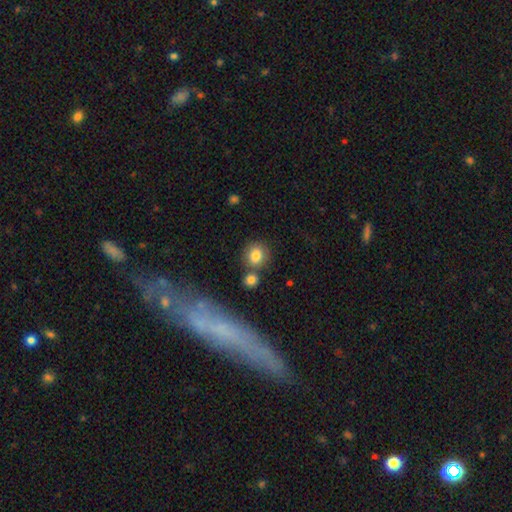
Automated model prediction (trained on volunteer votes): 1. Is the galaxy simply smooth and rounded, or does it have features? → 81% smooth, 11% star or artifact, 9% featured or disk.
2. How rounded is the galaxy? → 77% round, 22% in between, 1% cigar-shaped.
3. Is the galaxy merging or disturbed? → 68% none, 16% merger, 11% minor disturbance, 4% major disturbance.